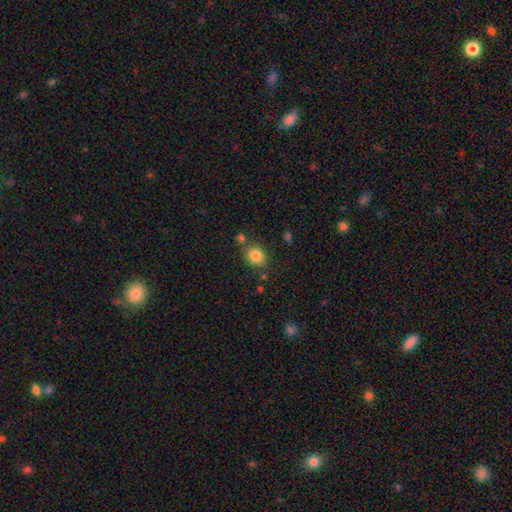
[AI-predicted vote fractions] Smooth or featured: smooth — 84% (star or artifact — 10%)
How rounded: round — 57% (in between — 42%)
Merging: none — 74% (minor disturbance — 13%)